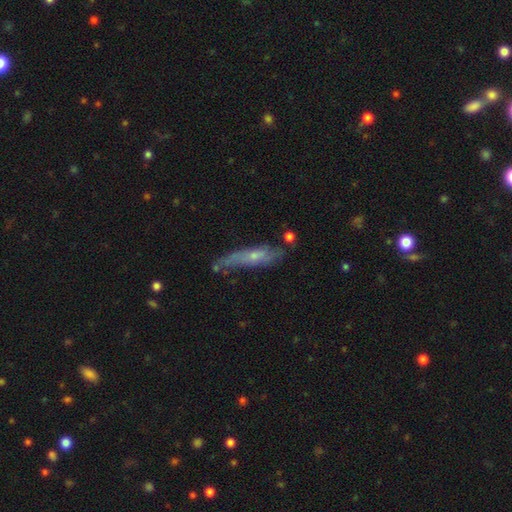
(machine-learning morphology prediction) A featured or disk galaxy (47%). Merging: none (51%).